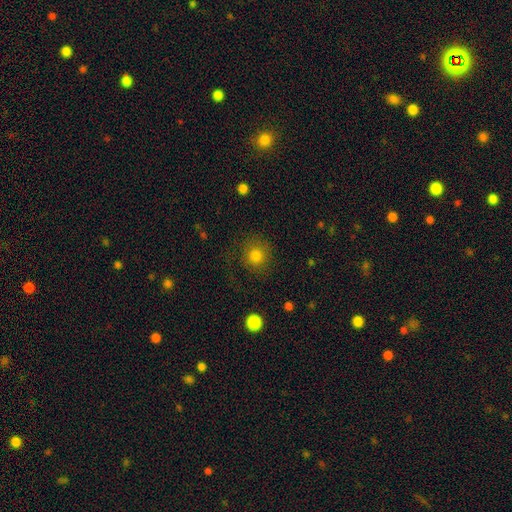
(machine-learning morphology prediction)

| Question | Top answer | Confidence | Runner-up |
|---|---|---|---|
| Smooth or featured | smooth | 81% | star or artifact (12%) |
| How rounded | round | 92% | in between (7%) |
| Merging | none | 81% | minor disturbance (11%) |